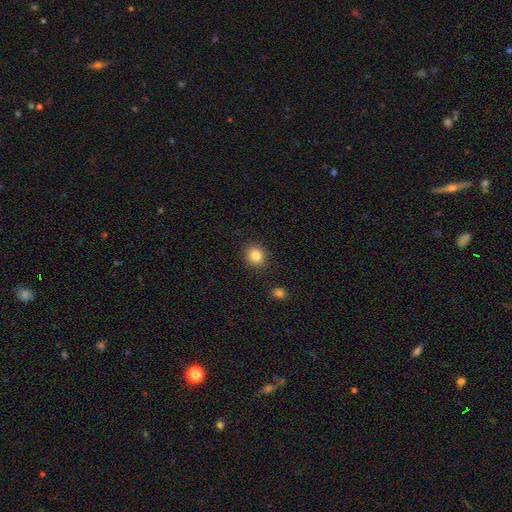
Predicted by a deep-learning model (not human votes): This appears to be a smooth galaxy with no disk features (84%) that is round (82%). Merging: none (89%).